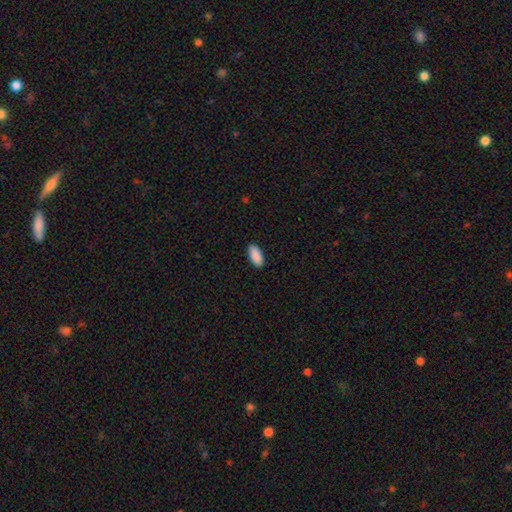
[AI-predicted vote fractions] Smooth or featured? Predicted: smooth (p=0.91). How rounded? Predicted: in between (p=0.92). Merging? Predicted: none (p=0.90).